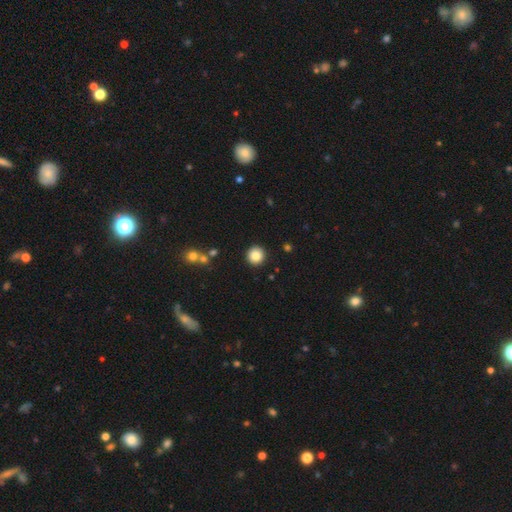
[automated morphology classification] Q: Smooth or featured?
A: smooth (85%); runner-up: star or artifact (10%)
Q: How rounded?
A: round (94%); runner-up: in between (5%)
Q: Merging?
A: none (91%); runner-up: minor disturbance (5%)